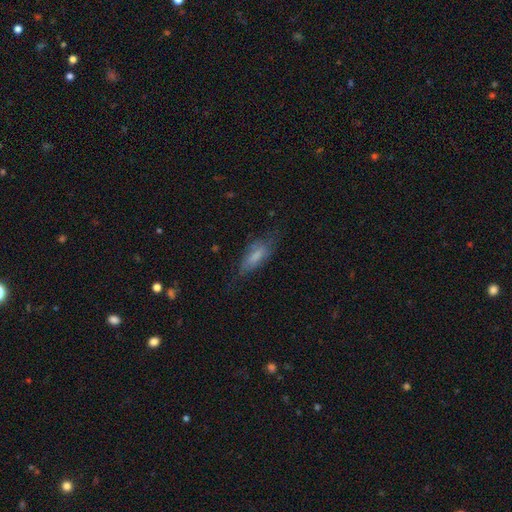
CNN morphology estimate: Q: Smooth or featured?
A: smooth (60%); runner-up: featured or disk (31%)
Q: How rounded?
A: in between (64%); runner-up: cigar-shaped (33%)
Q: Merging?
A: none (56%); runner-up: minor disturbance (28%)